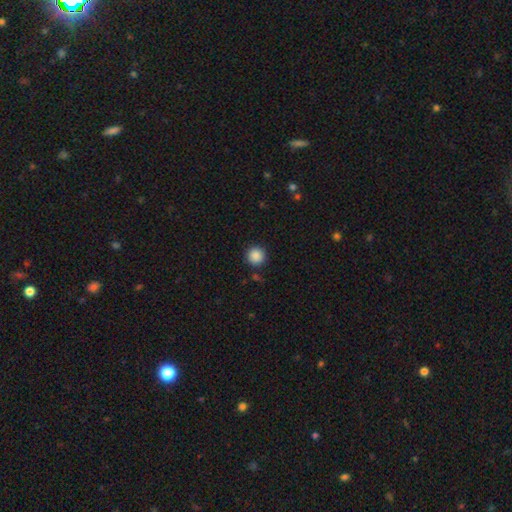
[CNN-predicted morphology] Q: Smooth or featured?
A: smooth (88%); runner-up: star or artifact (10%)
Q: How rounded?
A: round (95%); runner-up: in between (4%)
Q: Merging?
A: none (89%); runner-up: minor disturbance (7%)